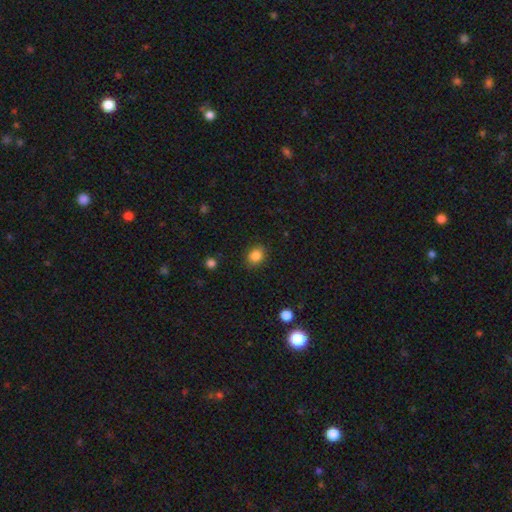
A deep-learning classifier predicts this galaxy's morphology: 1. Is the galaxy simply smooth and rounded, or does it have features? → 85% smooth, 10% star or artifact, 5% featured or disk.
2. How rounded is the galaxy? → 51% round, 48% in between, 1% cigar-shaped.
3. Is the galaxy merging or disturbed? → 87% none, 9% minor disturbance, 3% major disturbance, 1% merger.